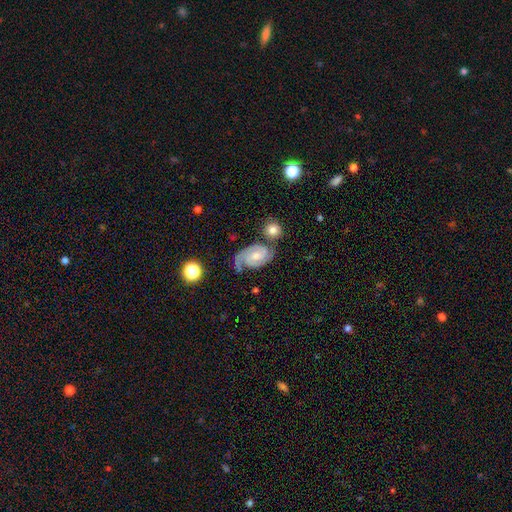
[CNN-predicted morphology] Smooth or featured: featured or disk — 84% (smooth — 11%)
Edge-on disk: no — 97% (yes — 3%)
Bar: no — 54% (weak — 37%)
Spiral arms: yes — 97% (no — 3%)
Spiral winding: tight — 54% (medium — 38%)
Spiral arm count: 2 — 79% (can't tell — 7%)
Bulge size: moderate — 51% (small — 35%)
Merging: none — 57% (minor disturbance — 21%)